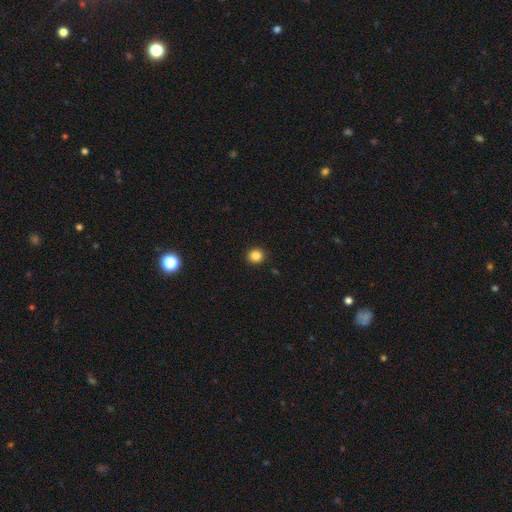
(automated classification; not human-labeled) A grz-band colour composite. It shows a smooth galaxy with no disk features (84%) that is round (90%). Merging: none (92%).